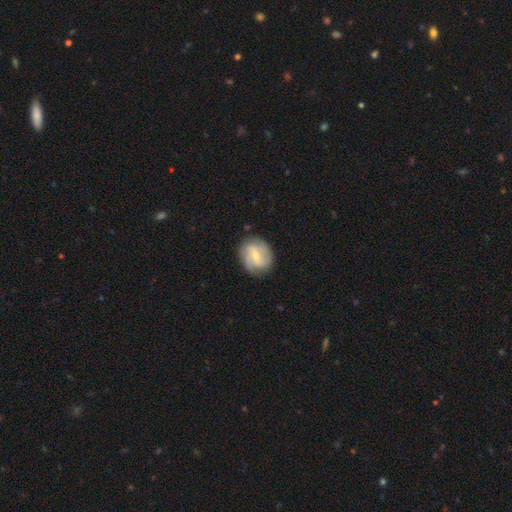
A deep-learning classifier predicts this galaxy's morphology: Smooth or featured?
  - featured or disk: 77% *
  - smooth: 18%
  - star or artifact: 5%
Edge-on disk?
  - no: 97% *
  - yes: 3%
Bar?
  - weak: 53% *
  - no: 26%
  - strong: 22%
Spiral arms?
  - yes: 94% *
  - no: 6%
Spiral winding?
  - medium: 44% *
  - tight: 32%
  - loose: 24%
Spiral arm count?
  - 2: 49% *
  - 3: 24%
  - can't tell: 14%
  - 4: 5%
  - 1: 4%
  - more than 4: 3%
Bulge size?
  - small: 55% *
  - moderate: 41%
  - none: 2%
  - large: 1%
  - dominant: 1%
Merging?
  - none: 80% *
  - minor disturbance: 15%
  - major disturbance: 4%
  - merger: 1%